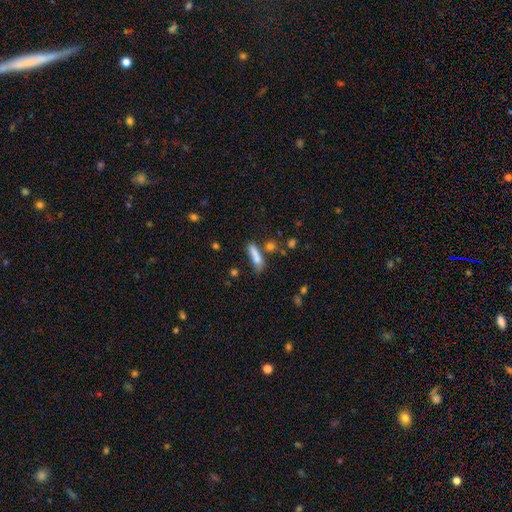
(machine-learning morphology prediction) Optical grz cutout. It shows a smooth galaxy with no disk features (79%) that is cigar-shaped (65%). Merging: none (53%).